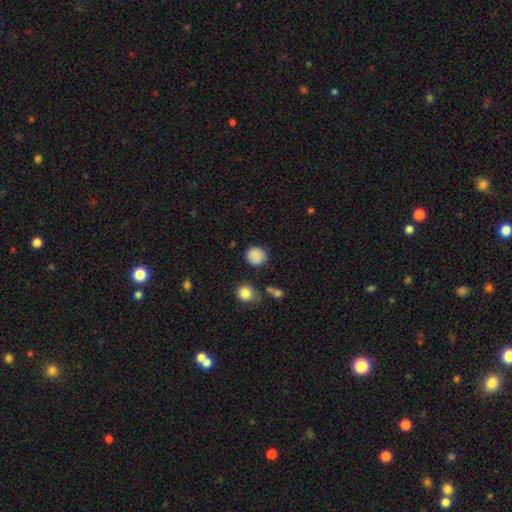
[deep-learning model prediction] A smooth galaxy with no disk features (86%) that is round (85%).

Vote fractions:
- Smooth or featured? smooth: 86% / star or artifact: 10% / featured or disk: 4%
- How rounded? round: 85% / in between: 14% / cigar-shaped: 1%
- Merging? none: 81% / minor disturbance: 12% / major disturbance: 4% / merger: 3%